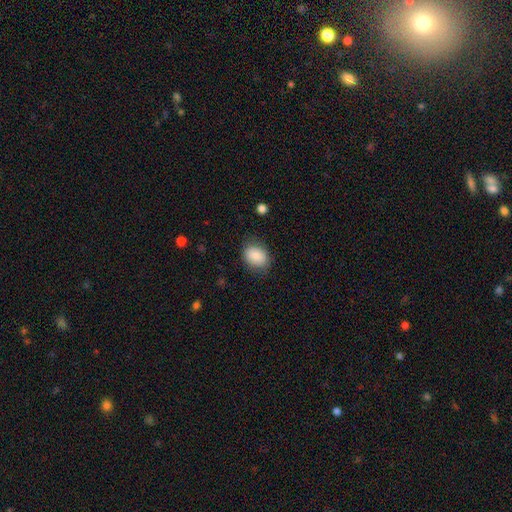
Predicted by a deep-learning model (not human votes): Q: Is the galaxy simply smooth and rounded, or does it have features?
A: smooth — 87%.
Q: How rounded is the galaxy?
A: in between — 66%.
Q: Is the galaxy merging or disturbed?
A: none — 80%.